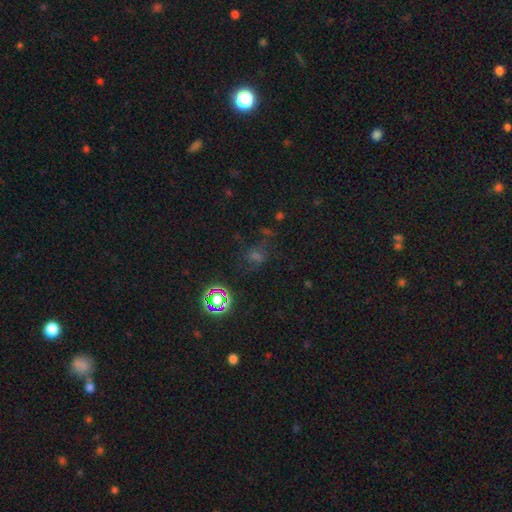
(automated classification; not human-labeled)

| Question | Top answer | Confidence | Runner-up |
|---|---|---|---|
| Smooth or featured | star or artifact | 54% | smooth (31%) |